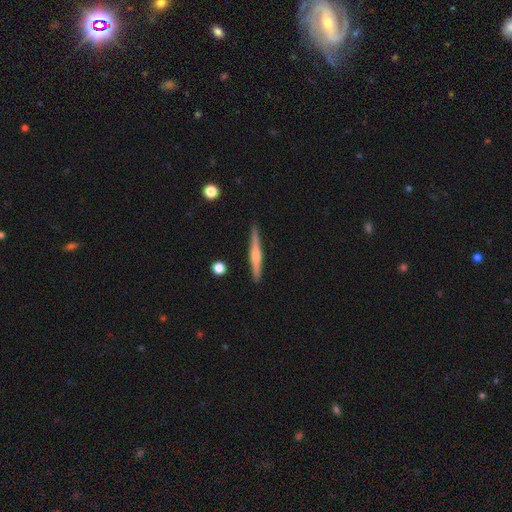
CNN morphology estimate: Smooth or featured: featured or disk — 55% (smooth — 39%)
Edge-on disk: yes — 97% (no — 3%)
Edge-on bulge: rounded — 65% (none — 19%)
Merging: none — 88% (minor disturbance — 9%)